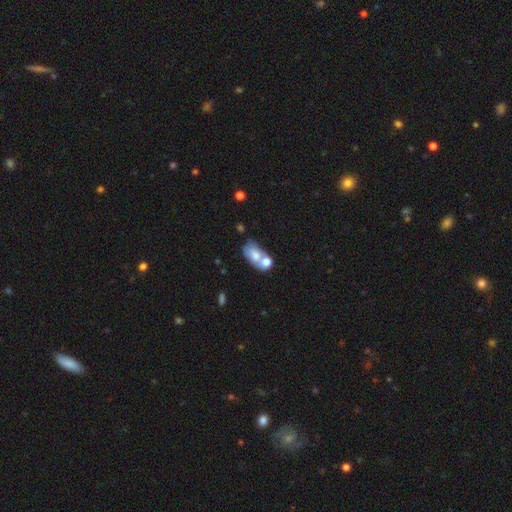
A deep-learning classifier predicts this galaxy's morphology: smooth-or-featured: smooth: 66% | featured or disk: 26% | star or artifact: 9%
  how-rounded: in between: 85% | round: 13% | cigar-shaped: 2%
  merging: merger: 56% | none: 25% | minor disturbance: 12% | major disturbance: 7%